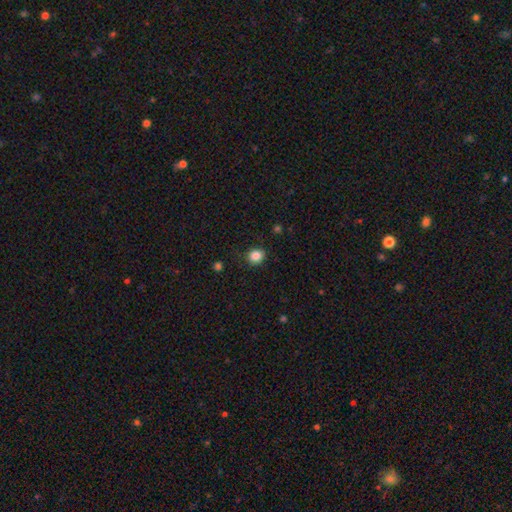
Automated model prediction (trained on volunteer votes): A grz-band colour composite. It shows a smooth galaxy with no disk features (86%) that is round (76%). Merging: none (83%).